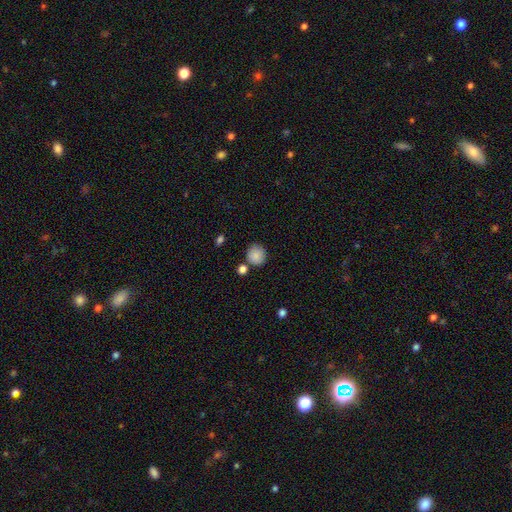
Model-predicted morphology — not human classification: Smooth or featured: smooth — 86% (star or artifact — 8%)
How rounded: round — 89% (in between — 10%)
Merging: none — 76% (minor disturbance — 12%)